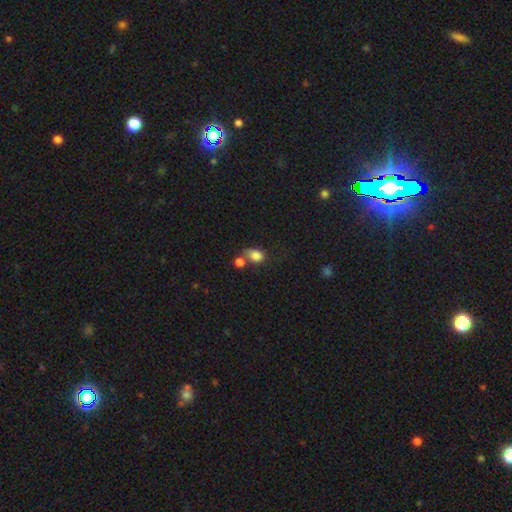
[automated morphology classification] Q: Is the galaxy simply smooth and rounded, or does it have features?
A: smooth — 82%.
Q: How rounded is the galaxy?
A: in between — 59%.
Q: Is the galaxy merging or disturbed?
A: none — 40%.